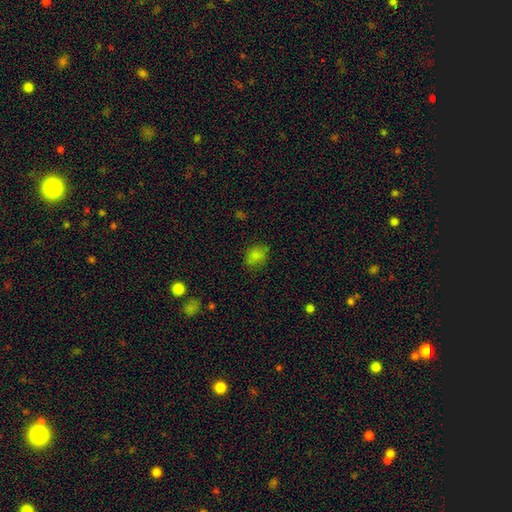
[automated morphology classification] Smooth or featured: smooth — 80% (star or artifact — 13%)
How rounded: in between — 64% (round — 34%)
Merging: none — 76% (minor disturbance — 17%)